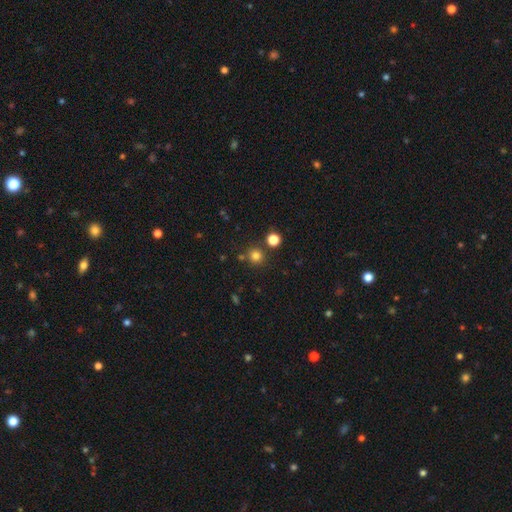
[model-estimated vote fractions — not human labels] Smooth or featured: smooth — 78% (star or artifact — 17%)
How rounded: round — 93% (in between — 6%)
Merging: none — 81% (merger — 9%)